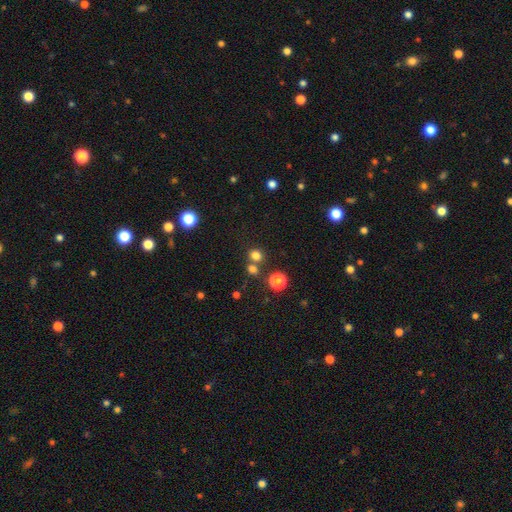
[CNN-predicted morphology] type=smooth (76%); roundness=round (80%); merging=none (65%).